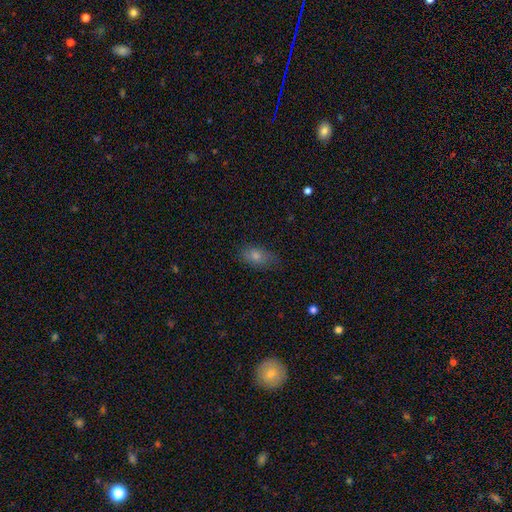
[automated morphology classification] smooth 71%, star or artifact 15%, featured or disk 14%. Down the decision tree: how rounded — in between (83%); merging — none (77%).